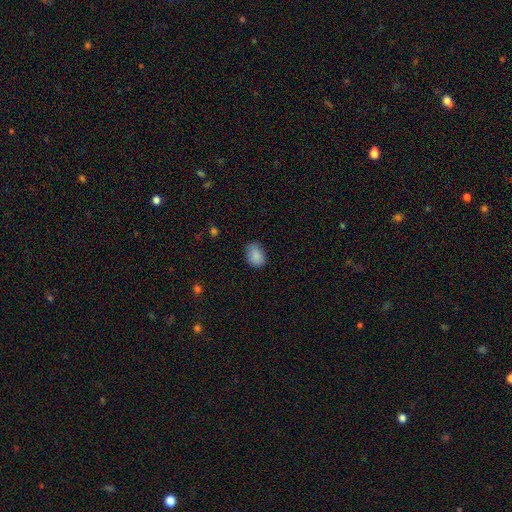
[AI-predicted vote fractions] smooth_or_featured: smooth (p=0.87) [alt: star or artifact p=0.08]
how_rounded: in between (p=0.75) [alt: round p=0.24]
merging: none (p=0.71) [alt: minor disturbance p=0.24]